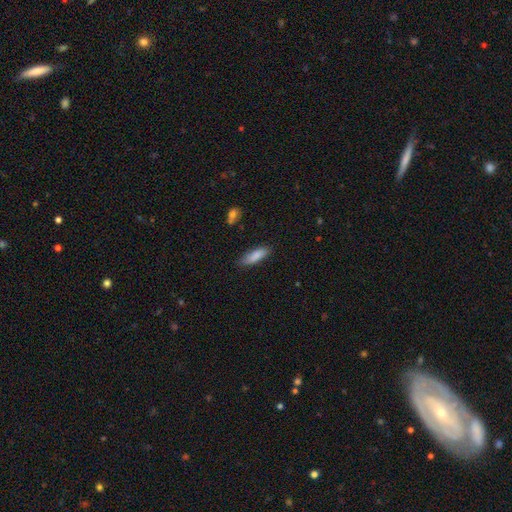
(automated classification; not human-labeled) A smooth galaxy with no disk features (85%) that is in between round and cigar-shaped (50%).

Vote fractions:
- Smooth or featured? smooth: 85% / featured or disk: 9% / star or artifact: 6%
- How rounded? in between: 50% / cigar-shaped: 48% / round: 2%
- Merging? none: 80% / minor disturbance: 15% / major disturbance: 3% / merger: 2%